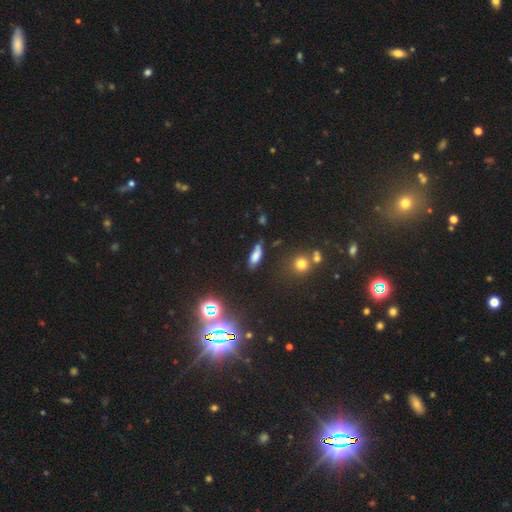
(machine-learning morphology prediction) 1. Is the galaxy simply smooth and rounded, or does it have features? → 68% smooth, 18% star or artifact, 14% featured or disk.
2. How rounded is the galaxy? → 58% in between, 37% cigar-shaped, 5% round.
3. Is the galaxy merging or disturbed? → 58% none, 26% minor disturbance, 9% major disturbance, 7% merger.